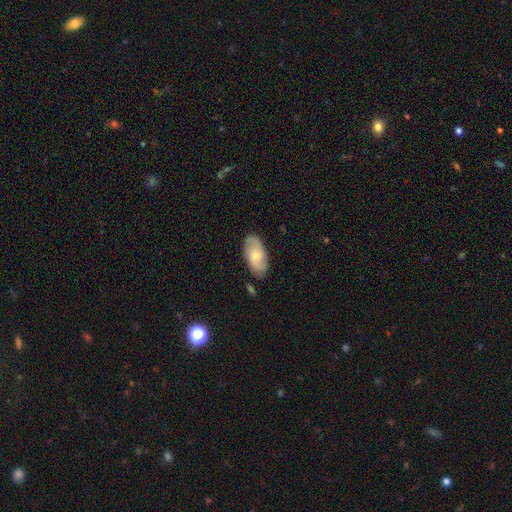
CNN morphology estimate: A featured or disk galaxy (52%).

Vote fractions:
- Smooth or featured? featured or disk: 52% / smooth: 42% / star or artifact: 6%
- Edge-on disk? no: 93% / yes: 7%
- Merging? none: 80% / minor disturbance: 15% / major disturbance: 3% / merger: 2%